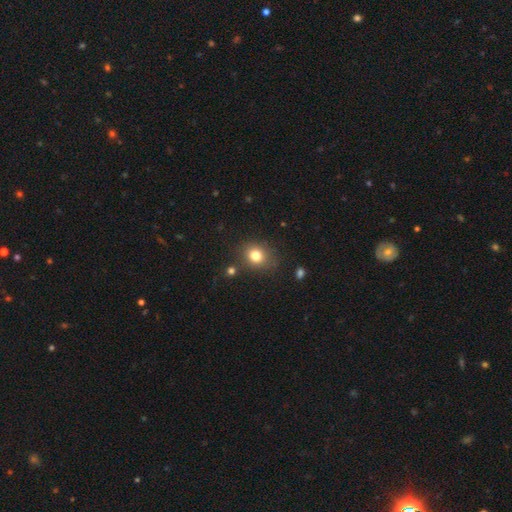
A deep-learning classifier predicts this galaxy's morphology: This appears to be a smooth galaxy with no disk features (79%) that is round (69%). Merging: none (80%).